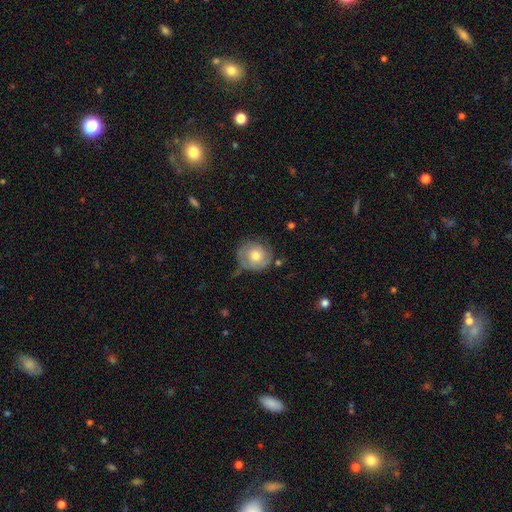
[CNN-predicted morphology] The model was most divided on "smooth or featured": smooth: 51%, featured or disk: 42%, star or artifact: 7%. More confident: how rounded — round (85%); merging — none (58%).